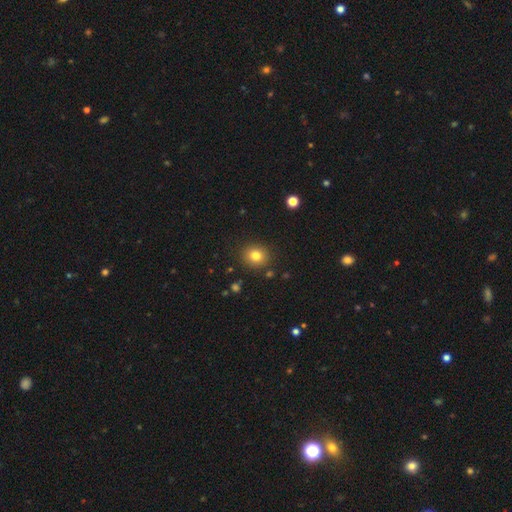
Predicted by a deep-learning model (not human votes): Smooth or featured? Predicted: smooth (p=0.80). How rounded? Predicted: round (p=0.84). Merging? Predicted: none (p=0.88).